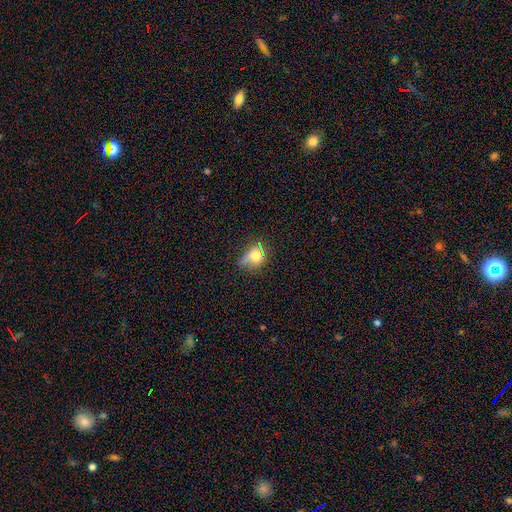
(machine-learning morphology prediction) Overall: smooth (66%). How rounded: in between (49%; round 48%). Merging: none (43%; minor disturbance 31%).